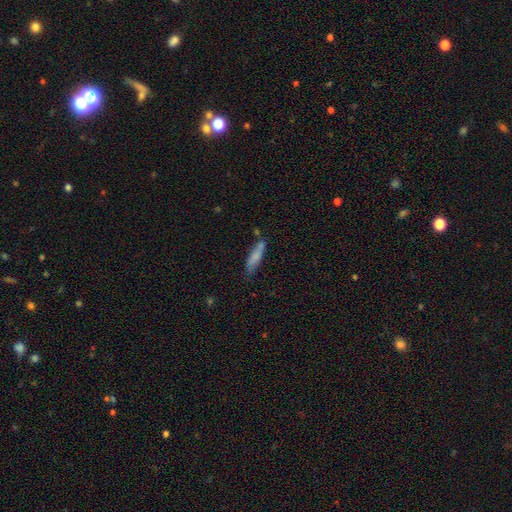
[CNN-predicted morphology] Smooth or featured? Predicted: smooth (p=0.75). How rounded? Predicted: cigar-shaped (p=0.74). Merging? Predicted: none (p=0.61).